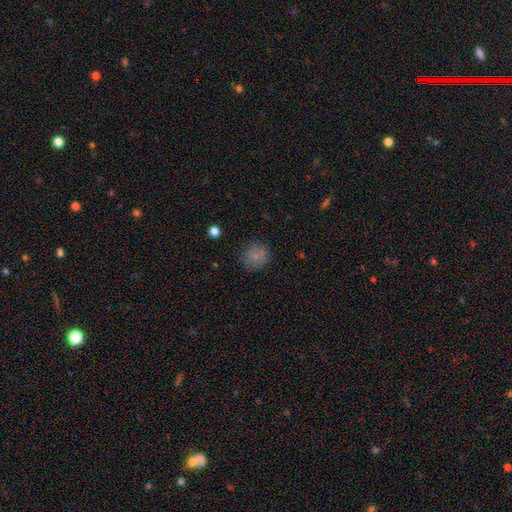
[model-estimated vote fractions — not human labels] This is likely a smooth galaxy (78%). How rounded: clearly round (86%). Merging: clearly none (81%).